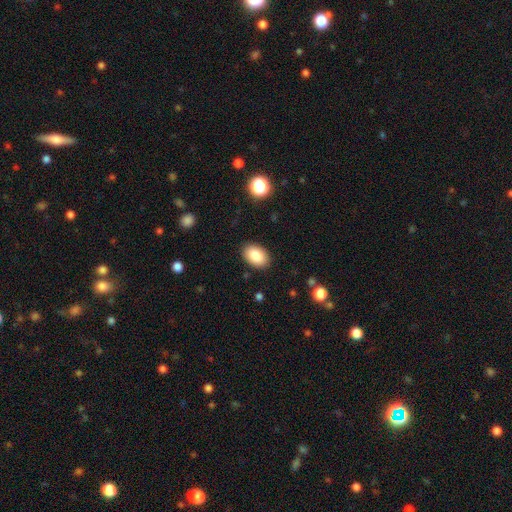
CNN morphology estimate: Smooth or featured?
  - smooth: 87% *
  - star or artifact: 8%
  - featured or disk: 5%
How rounded?
  - in between: 87% *
  - round: 12%
  - cigar-shaped: 1%
Merging?
  - none: 88% *
  - minor disturbance: 8%
  - major disturbance: 2%
  - merger: 1%